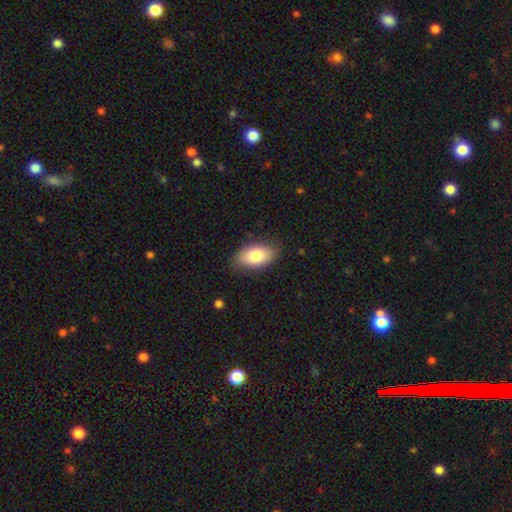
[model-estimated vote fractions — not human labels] Smooth or featured: smooth — 79% (featured or disk — 14%)
How rounded: in between — 93% (round — 5%)
Merging: none — 81% (minor disturbance — 15%)